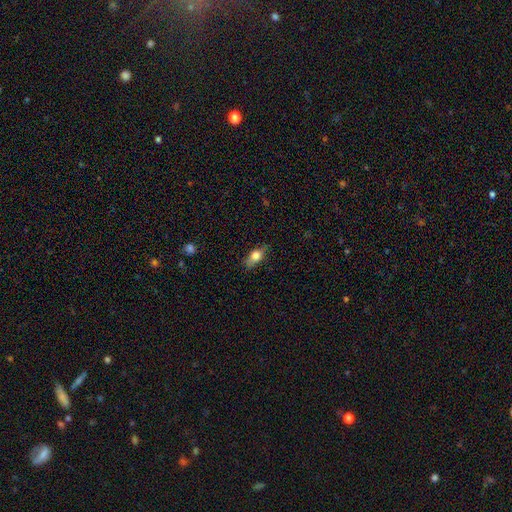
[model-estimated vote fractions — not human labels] Smooth or featured? smooth (69%)
How rounded? in between (76%)
Merging? none (78%)